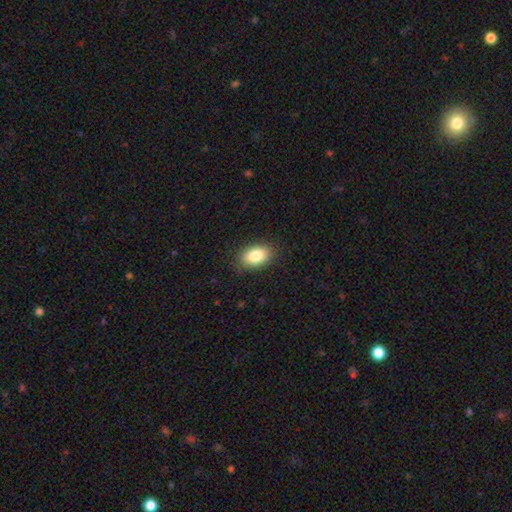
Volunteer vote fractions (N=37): A smooth galaxy with no disk features (84%) that is in between round and cigar-shaped (81%). Merging: none (82%).